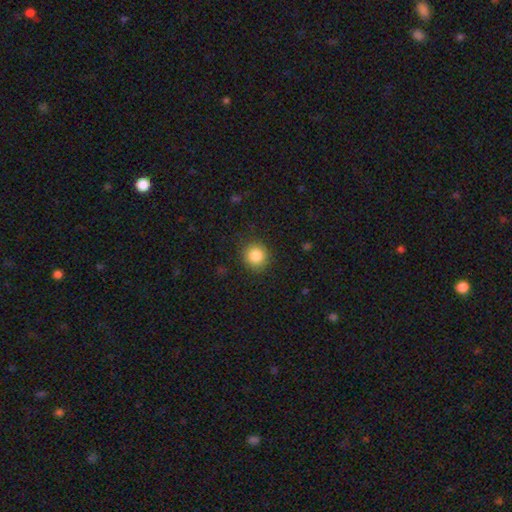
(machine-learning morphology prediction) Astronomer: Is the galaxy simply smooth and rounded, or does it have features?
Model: smooth — 85%.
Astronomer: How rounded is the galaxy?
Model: round — 89%.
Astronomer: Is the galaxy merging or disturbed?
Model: none — 87%.